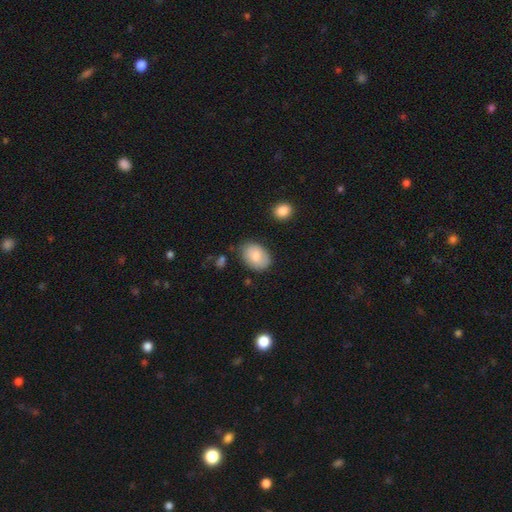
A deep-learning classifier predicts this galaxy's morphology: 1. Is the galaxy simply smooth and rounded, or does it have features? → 80% smooth, 14% featured or disk, 7% star or artifact.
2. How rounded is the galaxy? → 81% in between, 18% round, 1% cigar-shaped.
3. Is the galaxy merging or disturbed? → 78% none, 16% minor disturbance, 3% major disturbance, 3% merger.